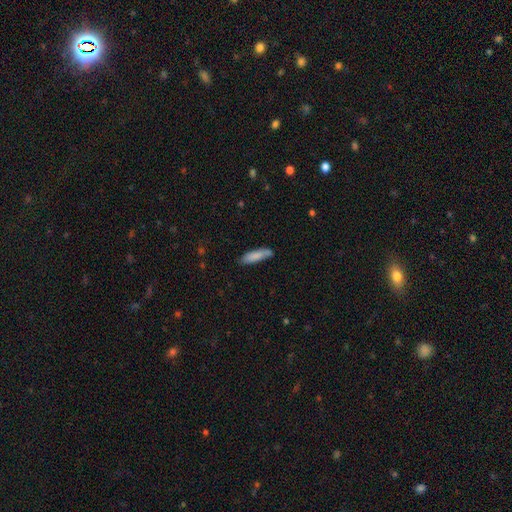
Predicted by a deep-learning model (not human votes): Smooth or featured? Predicted: smooth (p=0.83). How rounded? Predicted: cigar-shaped (p=0.66). Merging? Predicted: none (p=0.68).